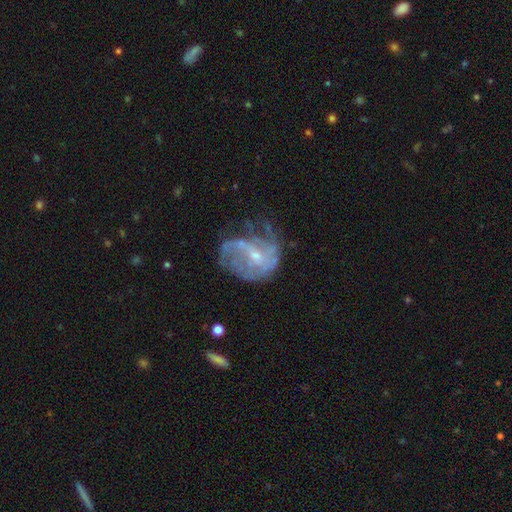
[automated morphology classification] Smooth or featured? Predicted: featured or disk (p=0.74). Edge-on disk? Predicted: no (p=0.97). Bar? Predicted: no (p=0.50). Spiral arms? Predicted: yes (p=0.64). Bulge size? Predicted: small (p=0.66). Merging? Predicted: none (p=0.38).